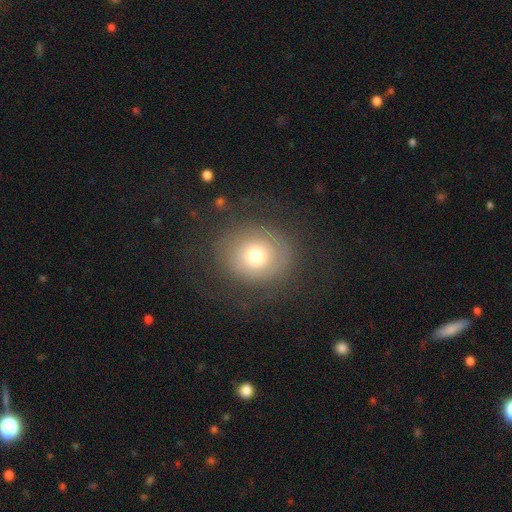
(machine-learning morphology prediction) This is possibly a smooth galaxy (58%). How rounded: likely round (78%). Merging: likely none (70%).